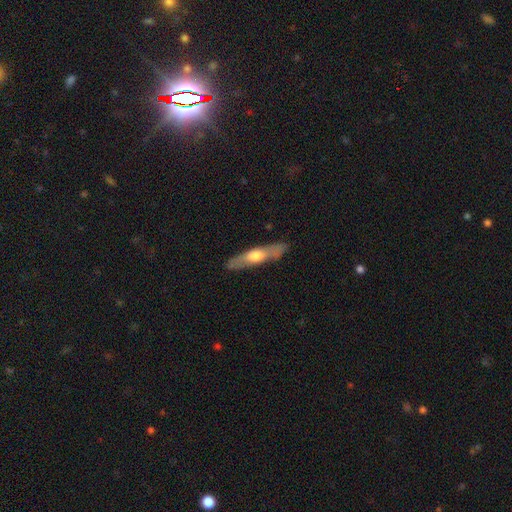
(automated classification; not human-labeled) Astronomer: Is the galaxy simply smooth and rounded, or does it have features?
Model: featured or disk — 51% (runner-up: smooth, 44%).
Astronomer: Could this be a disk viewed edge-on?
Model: yes — 82%.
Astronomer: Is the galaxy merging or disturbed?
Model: none — 85%.